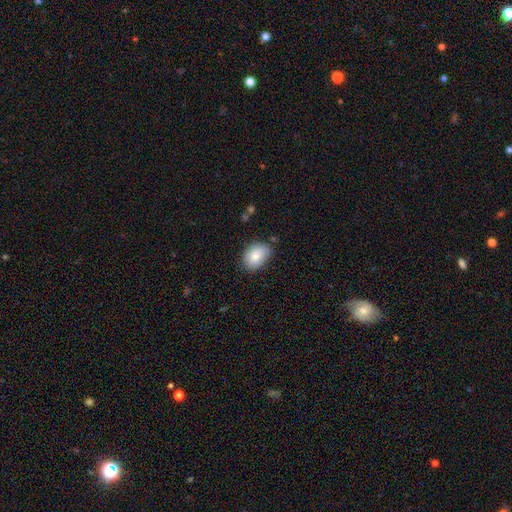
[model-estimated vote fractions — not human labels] Overall: smooth (83%). How rounded: in between (77%). Merging: none (71%).